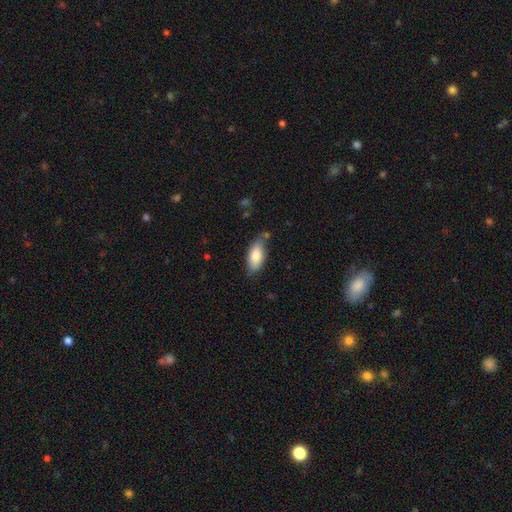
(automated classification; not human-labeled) Q: Smooth or featured?
A: smooth (79%); runner-up: featured or disk (14%)
Q: How rounded?
A: in between (86%); runner-up: cigar-shaped (11%)
Q: Merging?
A: none (67%); runner-up: minor disturbance (23%)